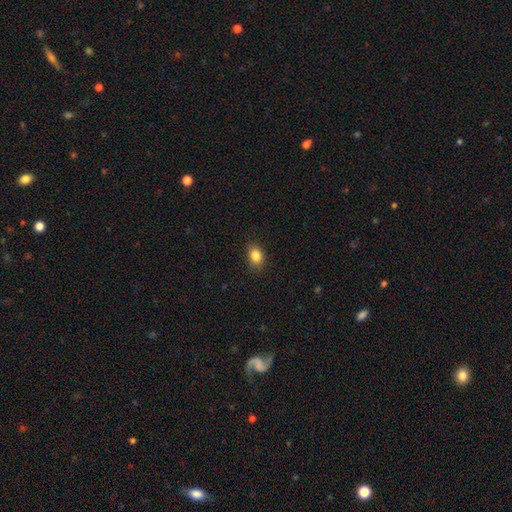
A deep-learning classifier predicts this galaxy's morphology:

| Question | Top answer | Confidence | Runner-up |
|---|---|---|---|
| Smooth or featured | smooth | 85% | star or artifact (10%) |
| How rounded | in between | 72% | round (26%) |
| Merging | none | 86% | minor disturbance (11%) |